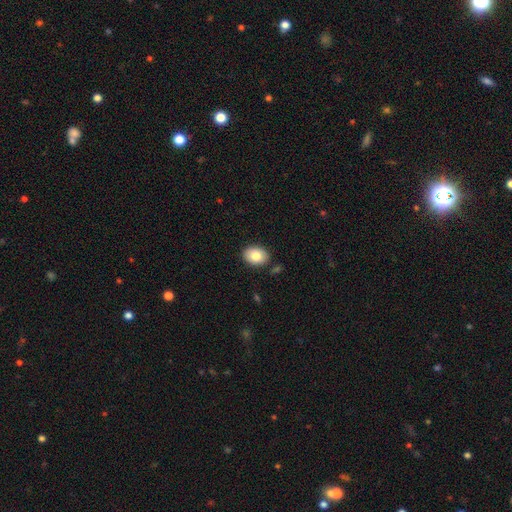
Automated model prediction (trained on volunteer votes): Smooth or featured? Predicted: smooth (p=0.80). How rounded? Predicted: in between (p=0.71). Merging? Predicted: none (p=0.87).